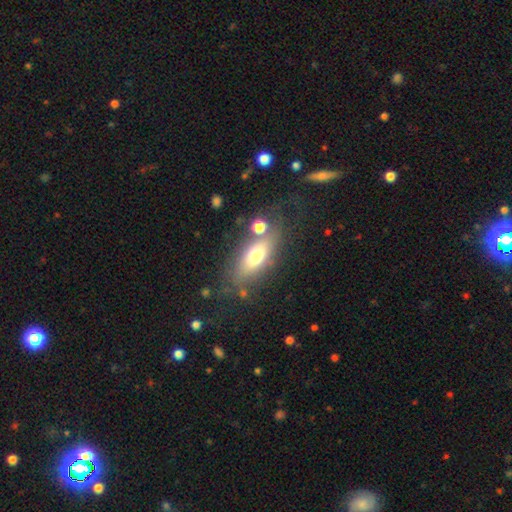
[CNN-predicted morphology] This appears to be a smooth galaxy with no disk features (63%) that is in between round and cigar-shaped (73%). Merging: none (65%).